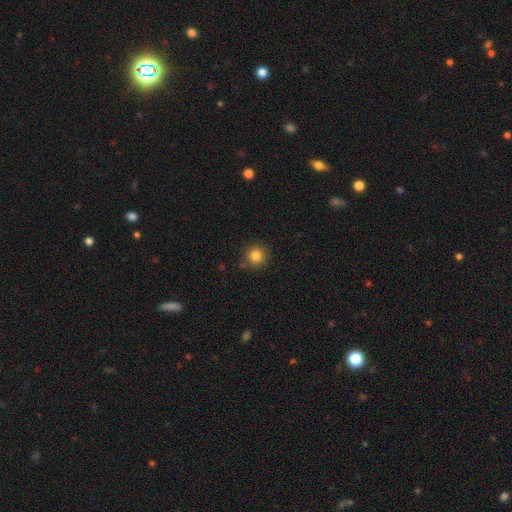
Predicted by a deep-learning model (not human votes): Overall: smooth (83%). How rounded: round (93%). Merging: none (84%).